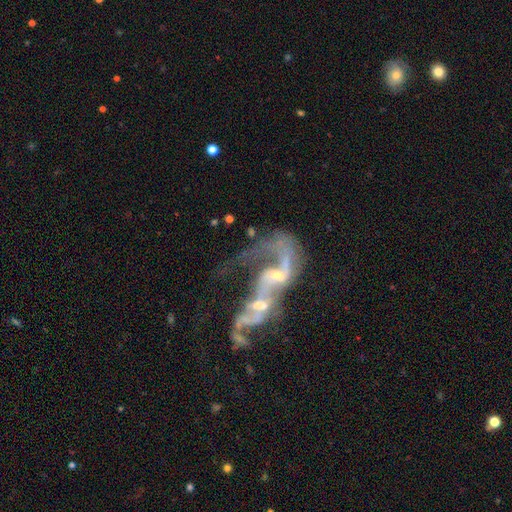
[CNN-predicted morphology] smooth-or-featured: featured or disk: 81% | smooth: 10% | star or artifact: 9%
  disk-edge-on: no: 94% | yes: 6%
    bar: no: 54% | weak: 33% | strong: 13%
    has-spiral-arms: yes: 78% | no: 22%
      spiral-winding: loose: 70% | medium: 22% | tight: 8%
      spiral-arm-count: 2: 48% | 1: 32% | can't tell: 14% | 3: 3% | 4: 2% | more than 4: 2%
    bulge-size: small: 46% | moderate: 38% | none: 11% | large: 4% | dominant: 2%
  merging: merger: 67% | major disturbance: 18% | none: 9% | minor disturbance: 5%